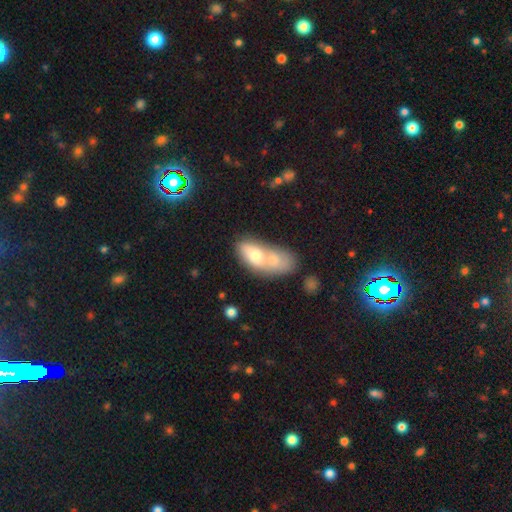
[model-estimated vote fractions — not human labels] This appears to be a smooth galaxy with no disk features (68%) that is in between round and cigar-shaped (85%). Merging: merger (72%).